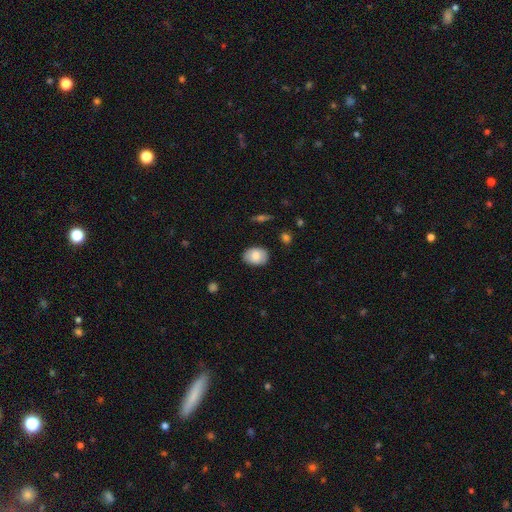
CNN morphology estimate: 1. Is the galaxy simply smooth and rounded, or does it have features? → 82% smooth, 12% featured or disk, 7% star or artifact.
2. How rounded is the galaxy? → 77% in between, 22% round, 1% cigar-shaped.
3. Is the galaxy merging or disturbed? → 83% none, 13% minor disturbance, 2% major disturbance, 1% merger.